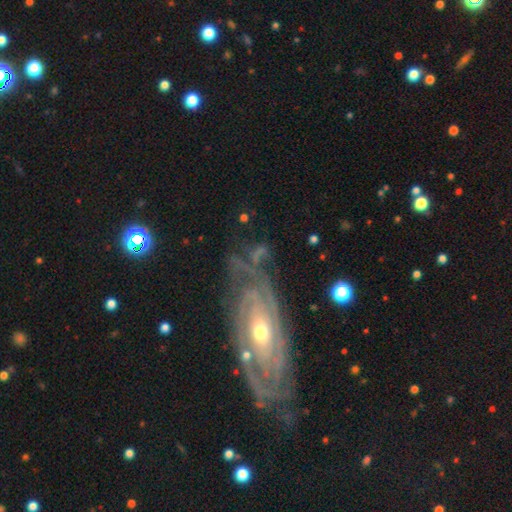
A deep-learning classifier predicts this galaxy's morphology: The model was most divided on "spiral arm count": can't tell: 36%, 2: 24%, 3: 17%, 4: 10%, more than 4: 7%, 1: 6%. More confident: spiral arms — yes (92%); edge-on disk — no (92%); smooth or featured — featured or disk (81%); spiral winding — tight (73%); bar — no (65%); merging — none (65%); bulge size — moderate (55%).